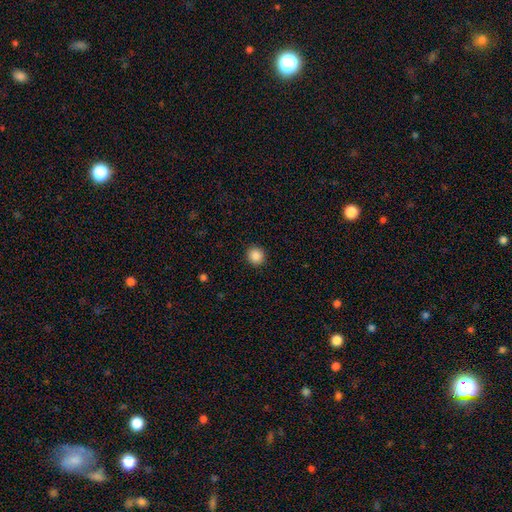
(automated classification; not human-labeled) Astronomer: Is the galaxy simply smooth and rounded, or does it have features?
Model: smooth — 88%.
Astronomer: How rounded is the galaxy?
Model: round — 91%.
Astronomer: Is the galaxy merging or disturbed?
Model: none — 92%.